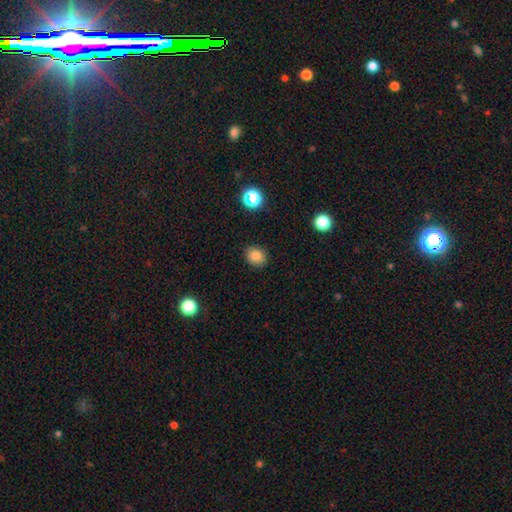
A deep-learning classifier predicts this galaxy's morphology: Q: Smooth or featured?
A: smooth (83%); runner-up: star or artifact (12%)
Q: How rounded?
A: round (63%); runner-up: in between (36%)
Q: Merging?
A: none (88%); runner-up: minor disturbance (9%)